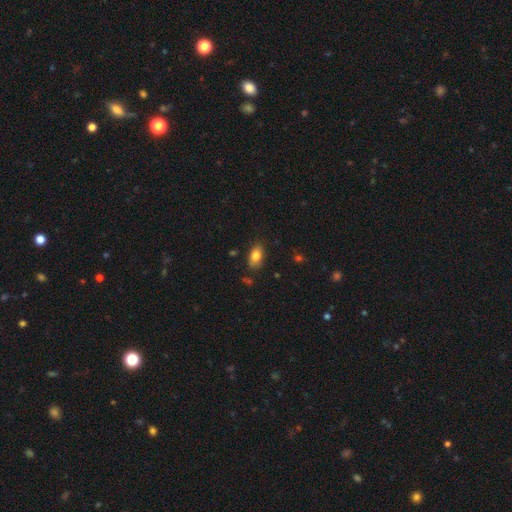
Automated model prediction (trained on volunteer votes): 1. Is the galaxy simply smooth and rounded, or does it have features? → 82% smooth, 10% featured or disk, 8% star or artifact.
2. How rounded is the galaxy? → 89% in between, 7% round, 4% cigar-shaped.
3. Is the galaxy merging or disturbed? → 80% none, 15% minor disturbance, 3% major disturbance, 2% merger.